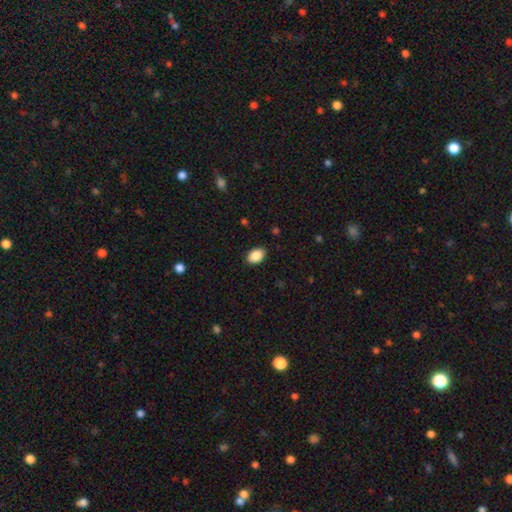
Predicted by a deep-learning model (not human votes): This appears to be a smooth galaxy with no disk features (89%) that is in between round and cigar-shaped (84%). Merging: none (87%).